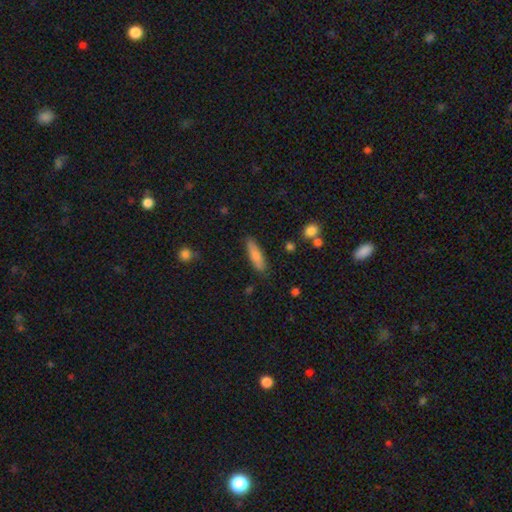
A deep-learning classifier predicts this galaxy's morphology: Q: Smooth or featured?
A: smooth (78%); runner-up: featured or disk (15%)
Q: How rounded?
A: cigar-shaped (63%); runner-up: in between (35%)
Q: Merging?
A: none (83%); runner-up: minor disturbance (13%)